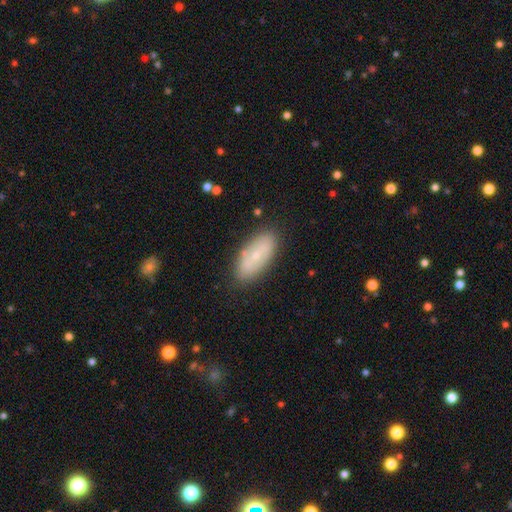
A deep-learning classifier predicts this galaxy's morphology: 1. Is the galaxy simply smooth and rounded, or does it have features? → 54% smooth, 39% featured or disk, 7% star or artifact.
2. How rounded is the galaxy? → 85% in between, 12% cigar-shaped, 3% round.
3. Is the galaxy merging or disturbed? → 83% none, 12% minor disturbance, 3% major disturbance, 2% merger.